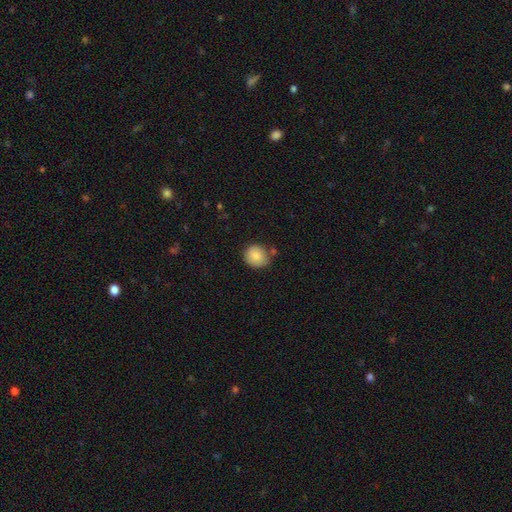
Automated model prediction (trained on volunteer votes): The model was most divided on "merging": none: 74%, minor disturbance: 15%, merger: 7%, major disturbance: 3%. More confident: smooth or featured — smooth (86%); how rounded — round (86%).